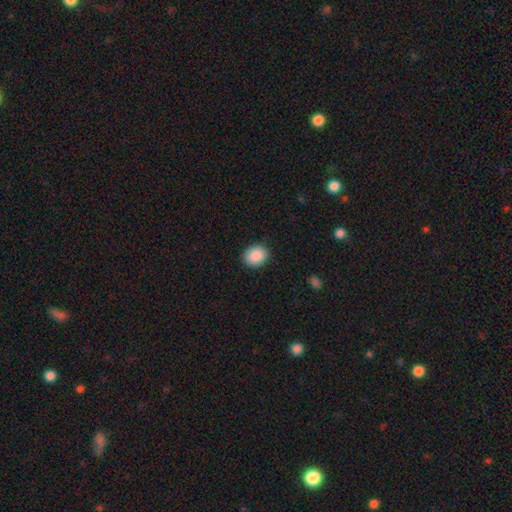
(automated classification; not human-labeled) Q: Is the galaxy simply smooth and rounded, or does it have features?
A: smooth — 89%.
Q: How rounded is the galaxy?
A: round — 64%.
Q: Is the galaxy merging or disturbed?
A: none — 89%.